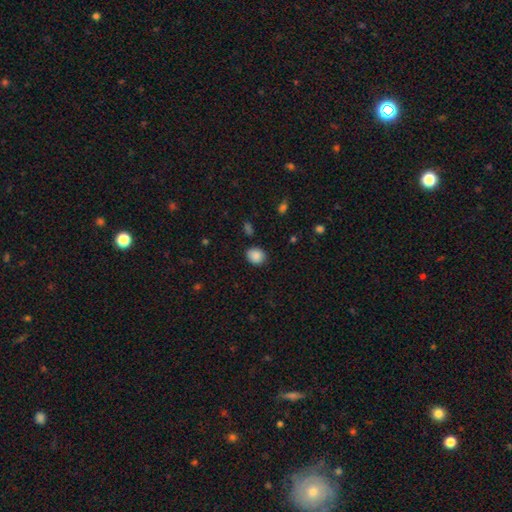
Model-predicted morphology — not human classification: The model was most divided on "how rounded": round: 64%, in between: 35%, cigar-shaped: 1%. More confident: smooth or featured — smooth (87%); merging — none (83%).